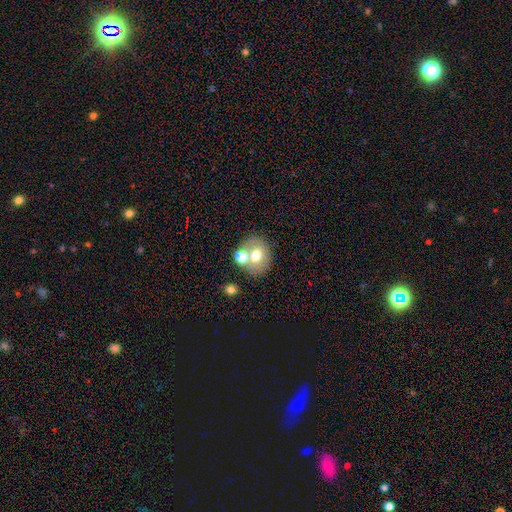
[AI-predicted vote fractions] Q: Smooth or featured?
A: smooth (65%); runner-up: featured or disk (24%)
Q: How rounded?
A: round (62%); runner-up: in between (37%)
Q: Merging?
A: none (59%); runner-up: merger (26%)